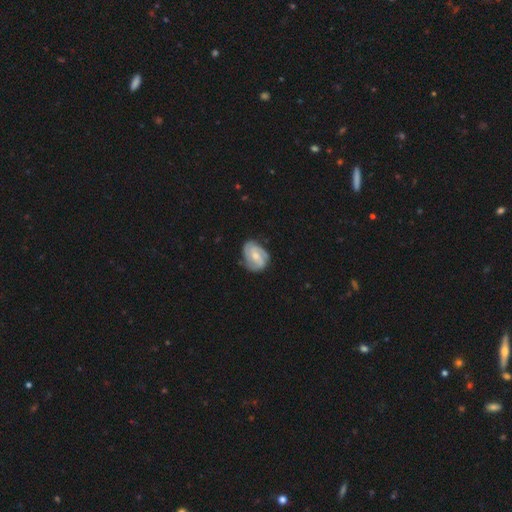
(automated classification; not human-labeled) smooth-or-featured: featured or disk: 75% | smooth: 20% | star or artifact: 5%
  disk-edge-on: no: 98% | yes: 2%
    bar: no: 47% | weak: 42% | strong: 11%
    has-spiral-arms: yes: 93% | no: 7%
      spiral-winding: tight: 48% | medium: 39% | loose: 12%
      spiral-arm-count: 3: 35% | 2: 34% | can't tell: 17% | 4: 7% | 1: 4% | more than 4: 3%
    bulge-size: moderate: 54% | small: 37% | none: 4% | large: 4% | dominant: 1%
  merging: none: 67% | minor disturbance: 24% | major disturbance: 8% | merger: 1%